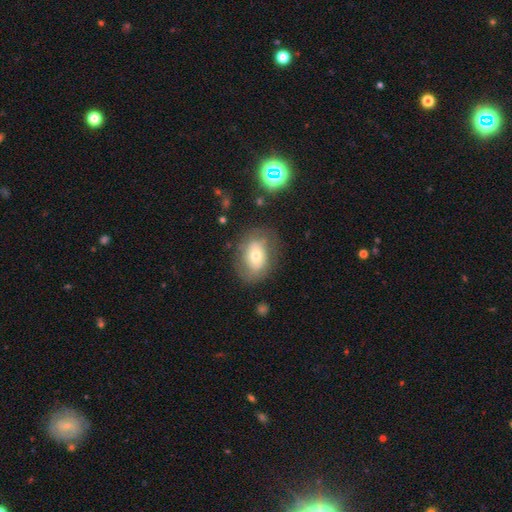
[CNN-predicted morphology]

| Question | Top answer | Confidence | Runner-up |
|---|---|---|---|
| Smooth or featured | smooth | 59% | featured or disk (31%) |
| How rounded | in between | 71% | round (27%) |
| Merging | none | 71% | minor disturbance (17%) |